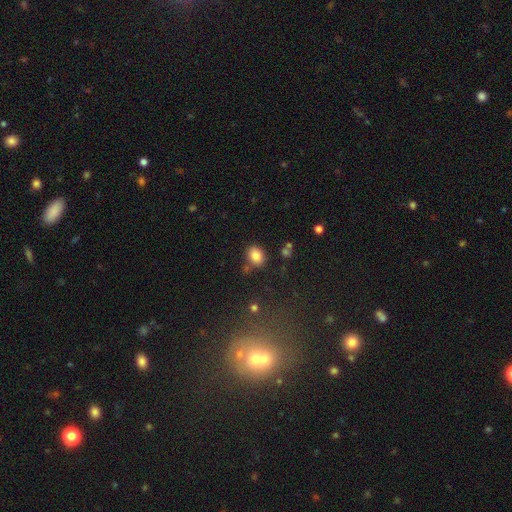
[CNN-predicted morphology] Smooth or featured?
  - smooth: 83% *
  - star or artifact: 10%
  - featured or disk: 7%
How rounded?
  - in between: 55% *
  - round: 44%
  - cigar-shaped: 1%
Merging?
  - none: 76% *
  - minor disturbance: 12%
  - merger: 8%
  - major disturbance: 3%